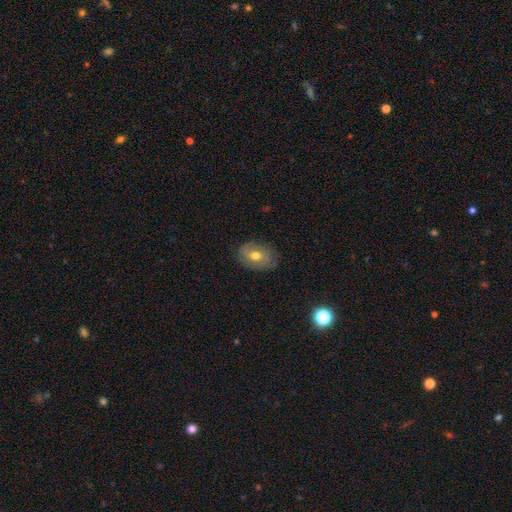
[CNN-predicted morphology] Smooth or featured?
  - smooth: 52% *
  - featured or disk: 39%
  - star or artifact: 9%
How rounded?
  - in between: 74% *
  - round: 25%
  - cigar-shaped: 1%
Merging?
  - none: 75% *
  - minor disturbance: 20%
  - major disturbance: 5%
  - merger: 1%